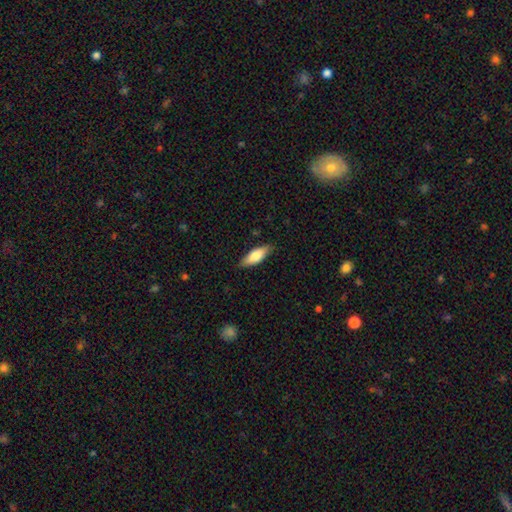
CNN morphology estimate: The model was most divided on "how rounded": in between: 62%, cigar-shaped: 35%, round: 2%. More confident: merging — none (85%); smooth or featured — smooth (70%).